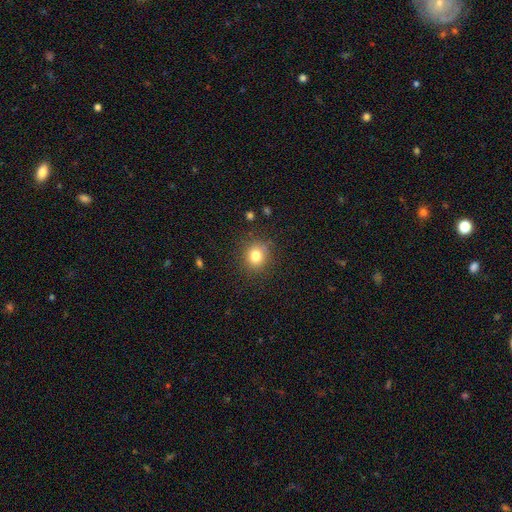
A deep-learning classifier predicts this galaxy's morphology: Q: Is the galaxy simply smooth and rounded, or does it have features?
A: smooth — 80%.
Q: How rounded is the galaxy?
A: round — 83%.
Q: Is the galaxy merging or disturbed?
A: none — 85%.